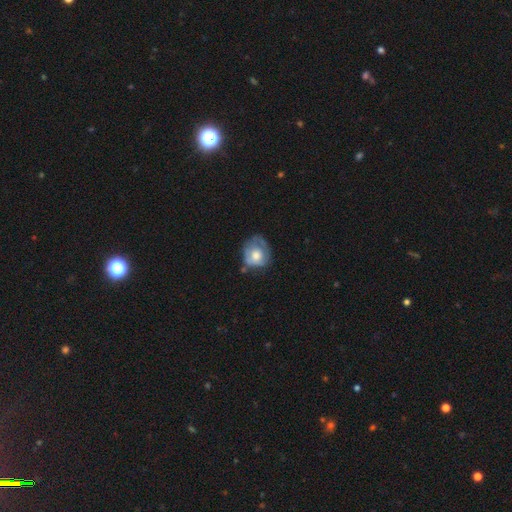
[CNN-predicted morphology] Smooth or featured: smooth — 54% (featured or disk — 39%)
How rounded: round — 71% (in between — 28%)
Merging: none — 43% (minor disturbance — 34%)